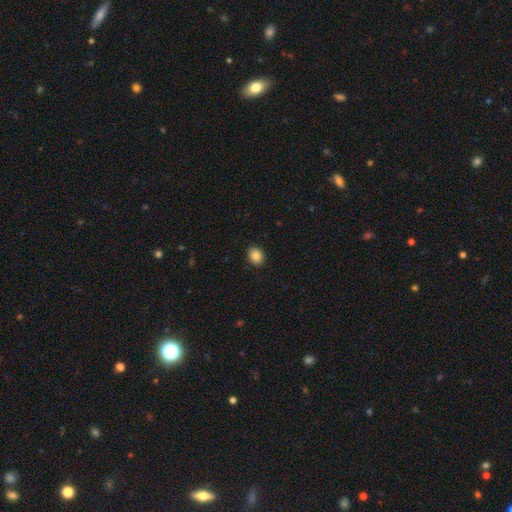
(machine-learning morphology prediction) A smooth galaxy with no disk features (86%) that is in between round and cigar-shaped (61%).

Vote fractions:
- Smooth or featured? smooth: 86% / star or artifact: 9% / featured or disk: 5%
- How rounded? in between: 61% / round: 38% / cigar-shaped: 1%
- Merging? none: 90% / minor disturbance: 7% / major disturbance: 2% / merger: 1%